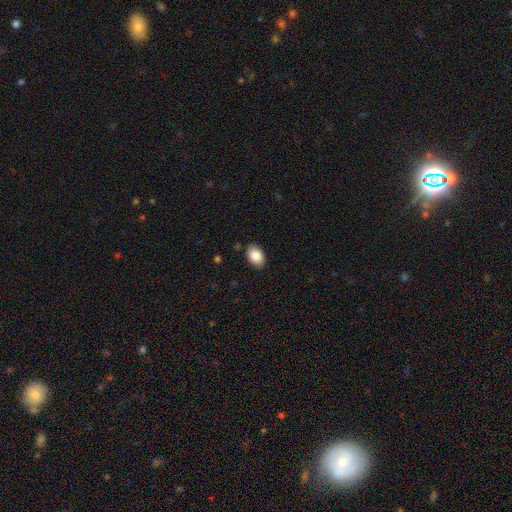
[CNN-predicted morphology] smooth_or_featured: smooth (p=0.87) [alt: star or artifact p=0.07]
how_rounded: in between (p=0.85) [alt: round p=0.14]
merging: none (p=0.86) [alt: minor disturbance p=0.11]